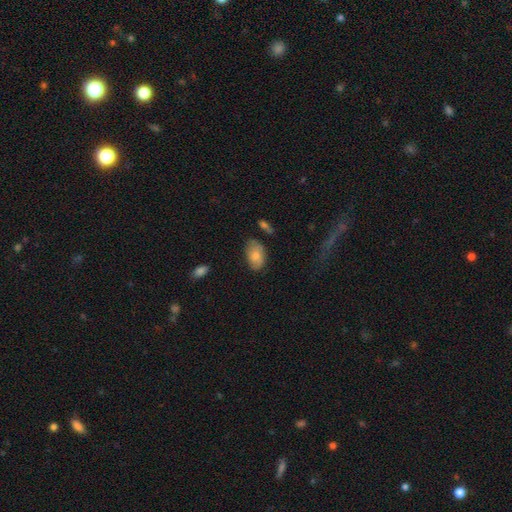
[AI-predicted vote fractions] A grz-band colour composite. It shows a smooth galaxy with no disk features (74%) that is in between round and cigar-shaped (91%). Merging: none (66%).